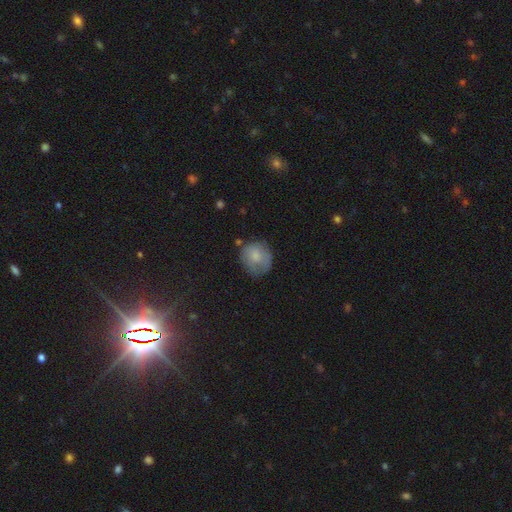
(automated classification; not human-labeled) Smooth or featured? smooth (73%)
How rounded? round (79%)
Merging? none (60%)